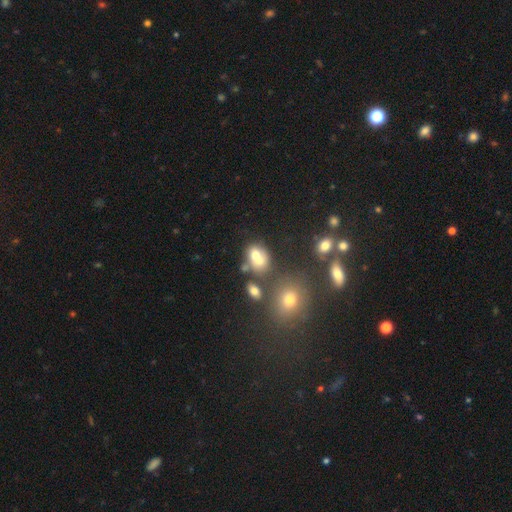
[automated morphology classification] Smooth or featured: smooth — 66% (featured or disk — 20%)
How rounded: in between — 61% (round — 37%)
Merging: merger — 44% (none — 35%)